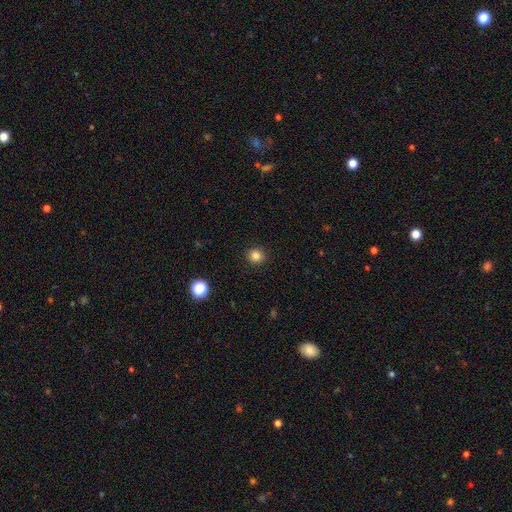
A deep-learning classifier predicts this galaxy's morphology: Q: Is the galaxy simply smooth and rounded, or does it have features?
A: smooth — 83%.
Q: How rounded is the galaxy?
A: round — 90%.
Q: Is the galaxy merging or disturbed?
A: none — 92%.